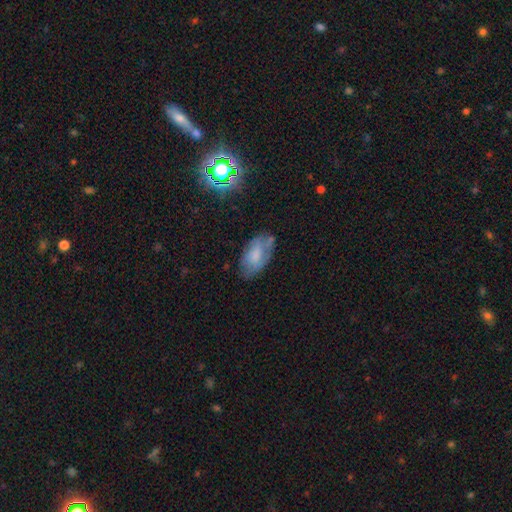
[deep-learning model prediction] Smooth or featured?
  - smooth: 54% *
  - featured or disk: 37%
  - star or artifact: 10%
How rounded?
  - in between: 93% *
  - round: 4%
  - cigar-shaped: 4%
Merging?
  - none: 59% *
  - minor disturbance: 28%
  - major disturbance: 10%
  - merger: 3%